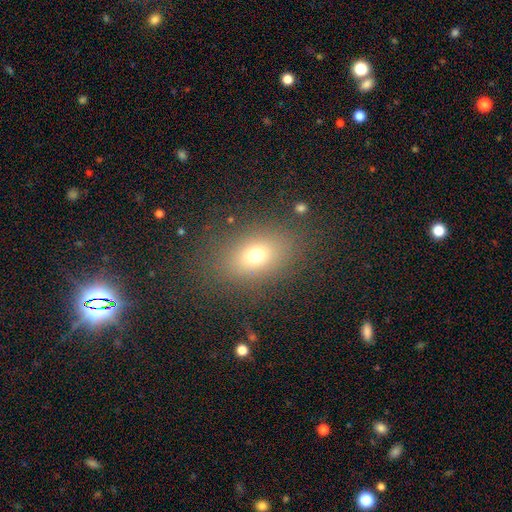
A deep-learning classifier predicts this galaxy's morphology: Smooth or featured? smooth (69%)
How rounded? in between (71%)
Merging? none (81%)